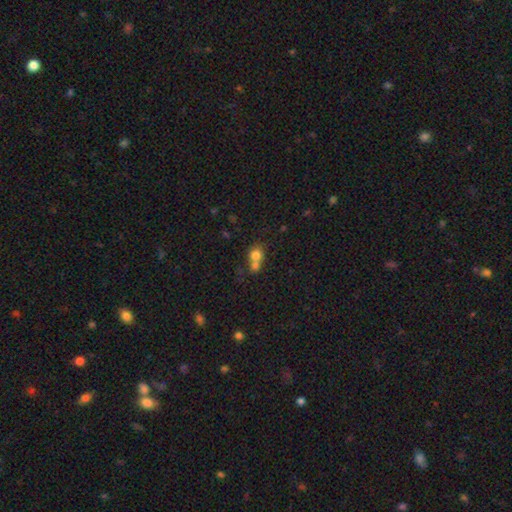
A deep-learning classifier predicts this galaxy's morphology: smooth 76%, featured or disk 13%, star or artifact 11%. Down the decision tree: how rounded — round (74%); merging — merger (63%).